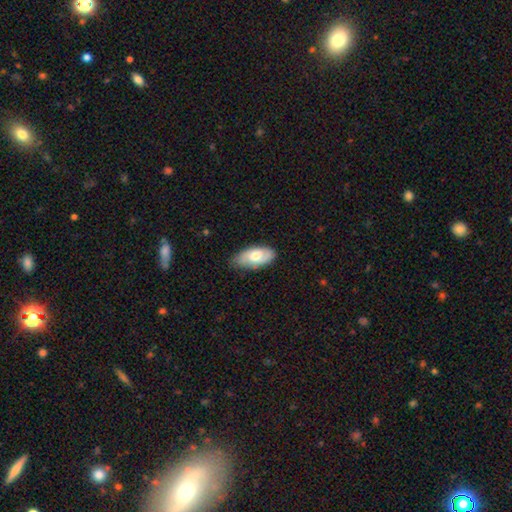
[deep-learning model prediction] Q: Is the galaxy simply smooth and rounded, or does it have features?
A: smooth — 65%.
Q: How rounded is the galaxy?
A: in between — 92%.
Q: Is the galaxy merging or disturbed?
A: none — 72%.